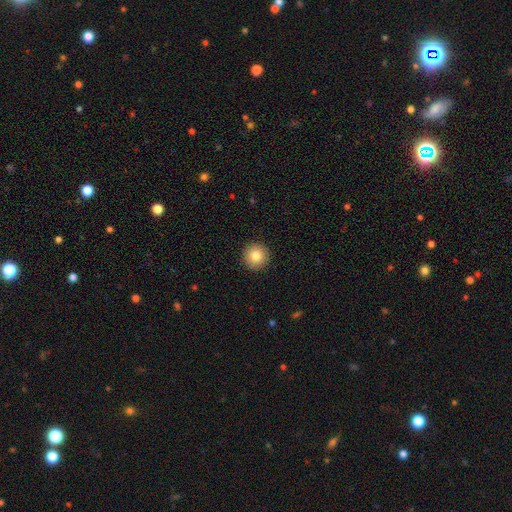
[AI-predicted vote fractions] A smooth galaxy with no disk features (83%) that is round (96%).

Vote fractions:
- Smooth or featured? smooth: 83% / star or artifact: 9% / featured or disk: 8%
- How rounded? round: 96% / in between: 3% / cigar-shaped: 1%
- Merging? none: 93% / minor disturbance: 5% / major disturbance: 2% / merger: 1%